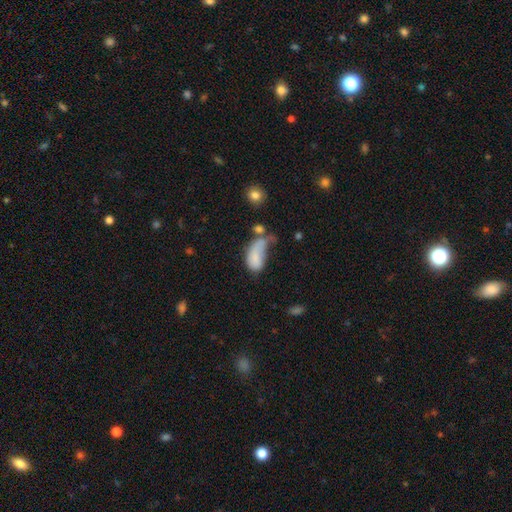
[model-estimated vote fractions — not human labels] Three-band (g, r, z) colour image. It shows a smooth galaxy with no disk features (70%) that is in between round and cigar-shaped (92%). Merging: major disturbance (41%).